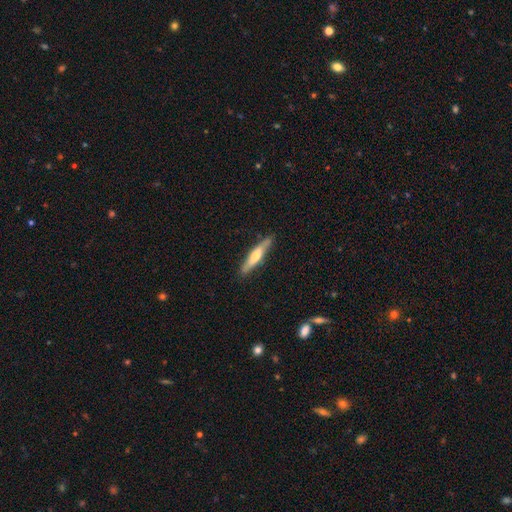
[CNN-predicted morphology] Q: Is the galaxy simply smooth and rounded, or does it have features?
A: smooth — 48%.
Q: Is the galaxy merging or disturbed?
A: none — 85%.